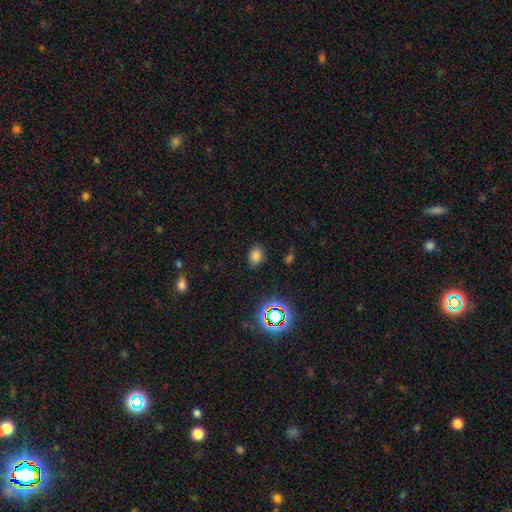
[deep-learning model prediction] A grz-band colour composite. It shows a smooth galaxy with no disk features (74%) that is in between round and cigar-shaped (63%). Merging: none (81%).